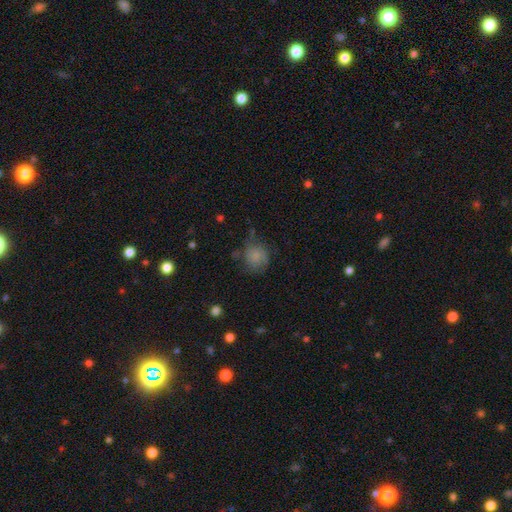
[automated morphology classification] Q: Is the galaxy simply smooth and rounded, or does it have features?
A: smooth — 73%.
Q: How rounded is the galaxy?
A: round — 79%.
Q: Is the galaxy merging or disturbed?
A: none — 53%.